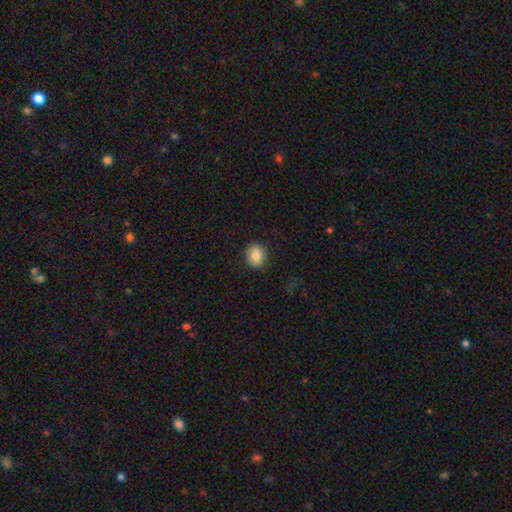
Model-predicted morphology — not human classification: A smooth galaxy with no disk features (84%) that is round (76%).

Vote fractions:
- Smooth or featured? smooth: 84% / star or artifact: 8% / featured or disk: 8%
- How rounded? round: 76% / in between: 23% / cigar-shaped: 1%
- Merging? none: 89% / minor disturbance: 8% / major disturbance: 2% / merger: 1%